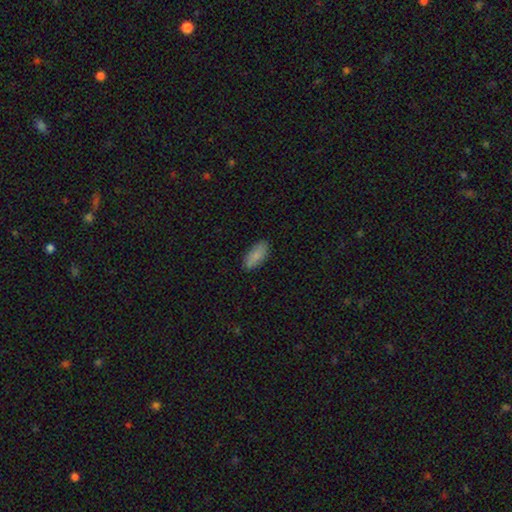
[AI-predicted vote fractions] Smooth or featured? Predicted: smooth (p=0.84). How rounded? Predicted: in between (p=0.86). Merging? Predicted: none (p=0.84).